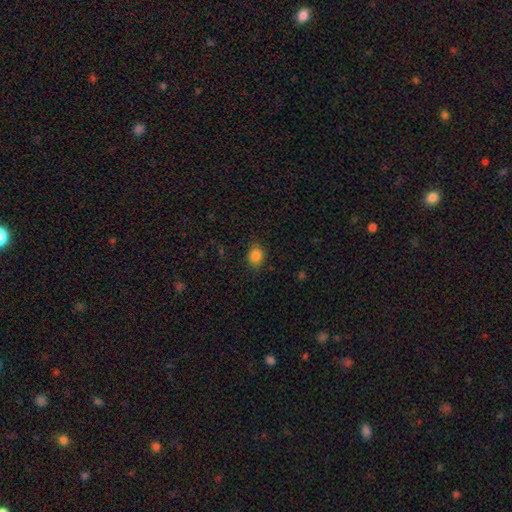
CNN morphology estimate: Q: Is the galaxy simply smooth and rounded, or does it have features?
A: smooth — 85%.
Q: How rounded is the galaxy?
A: round — 56%.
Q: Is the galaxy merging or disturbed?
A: none — 84%.